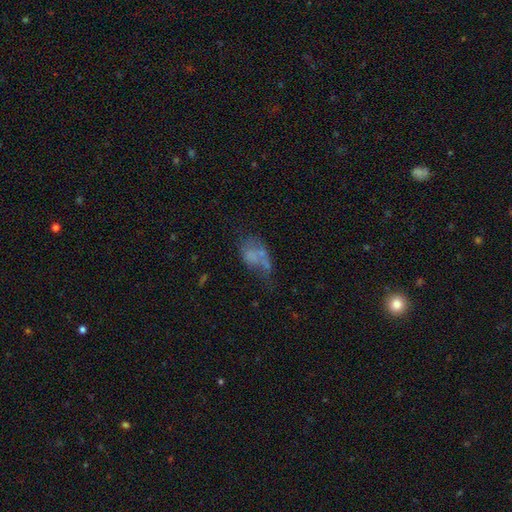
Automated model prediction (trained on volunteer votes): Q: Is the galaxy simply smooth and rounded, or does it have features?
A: smooth — 45%.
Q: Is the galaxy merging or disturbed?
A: major disturbance — 37%.